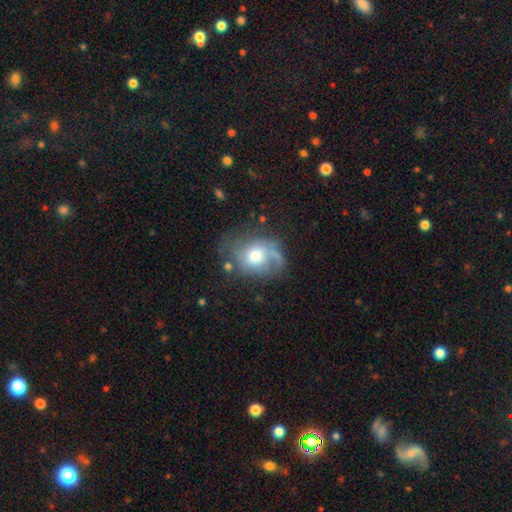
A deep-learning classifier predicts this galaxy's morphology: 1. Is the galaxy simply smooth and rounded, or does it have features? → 51% featured or disk, 40% smooth, 9% star or artifact.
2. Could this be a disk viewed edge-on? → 96% no, 4% yes.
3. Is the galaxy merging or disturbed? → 50% none, 25% minor disturbance, 22% major disturbance, 4% merger.